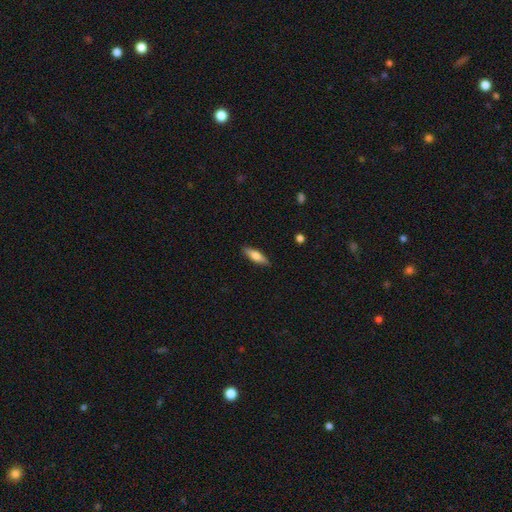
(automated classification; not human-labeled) Q: Smooth or featured?
A: smooth (68%); runner-up: featured or disk (26%)
Q: How rounded?
A: cigar-shaped (57%); runner-up: in between (41%)
Q: Merging?
A: none (88%); runner-up: minor disturbance (9%)